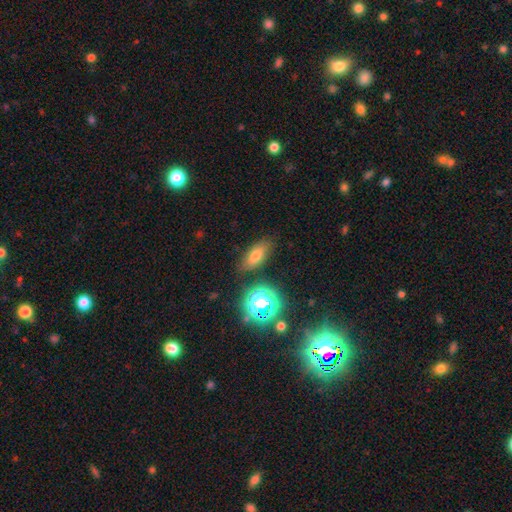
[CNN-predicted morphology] smooth-or-featured: smooth: 66% | star or artifact: 18% | featured or disk: 16%
  how-rounded: in between: 72% | cigar-shaped: 17% | round: 11%
  merging: none: 80% | minor disturbance: 12% | major disturbance: 4% | merger: 4%